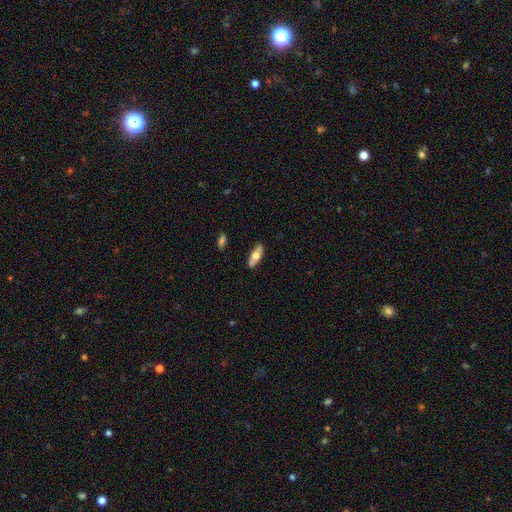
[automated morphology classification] smooth_or_featured: smooth (p=0.53) [alt: featured or disk p=0.41]
how_rounded: in between (p=0.65) [alt: cigar-shaped p=0.32]
merging: none (p=0.76) [alt: minor disturbance p=0.15]